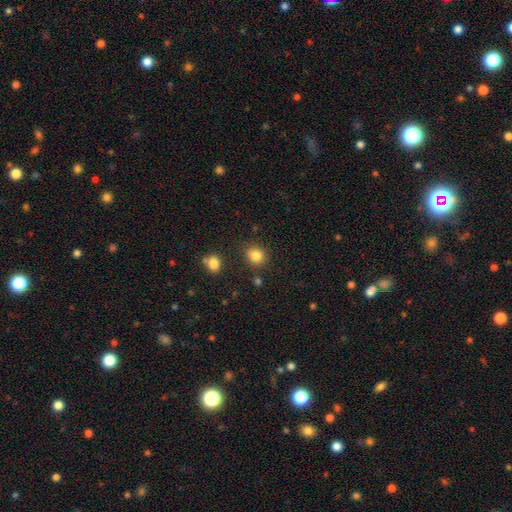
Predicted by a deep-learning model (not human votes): smooth-or-featured: smooth: 83% | star or artifact: 12% | featured or disk: 5%
  how-rounded: round: 76% | in between: 23% | cigar-shaped: 1%
  merging: none: 78% | minor disturbance: 13% | merger: 5% | major disturbance: 4%